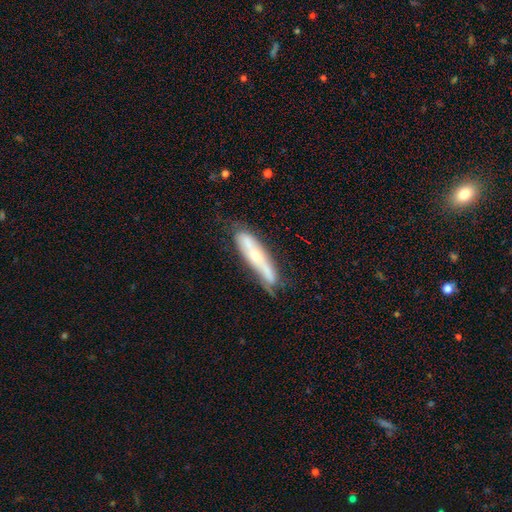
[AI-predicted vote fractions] A featured or disk galaxy (60%) viewed edge-on (54%). Merging: none (60%).